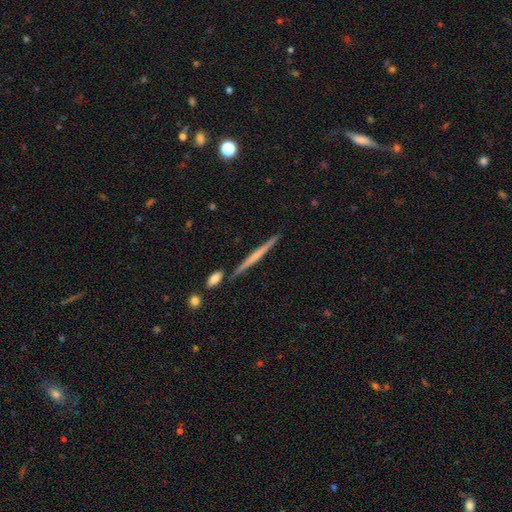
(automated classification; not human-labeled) Overall: featured or disk (55%; smooth 38%). Edge-on disk: yes (97%). Edge-on bulge: none (71%). Merging: none (84%).